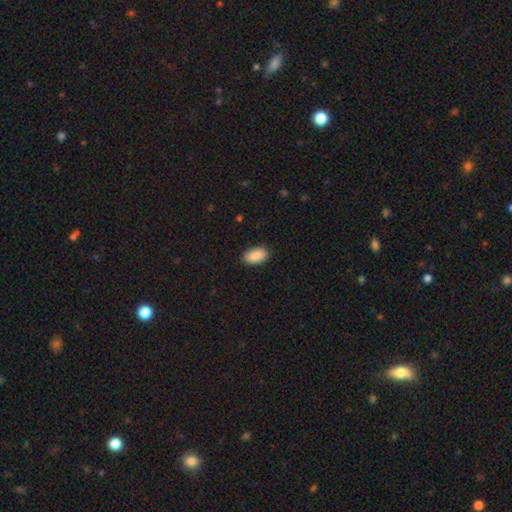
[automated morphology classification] The model was most divided on "merging": none: 89%, minor disturbance: 8%, major disturbance: 2%, merger: 1%. More confident: how rounded — in between (94%); smooth or featured — smooth (88%).